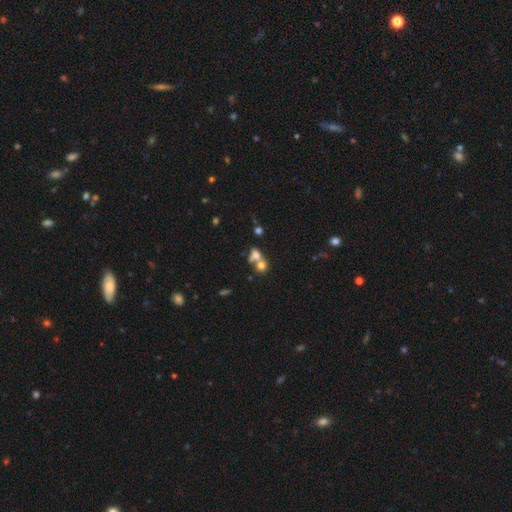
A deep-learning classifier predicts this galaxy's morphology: smooth-or-featured: smooth: 67% | featured or disk: 18% | star or artifact: 14%
  how-rounded: round: 54% | in between: 43% | cigar-shaped: 3%
  merging: merger: 61% | none: 27% | minor disturbance: 7% | major disturbance: 5%